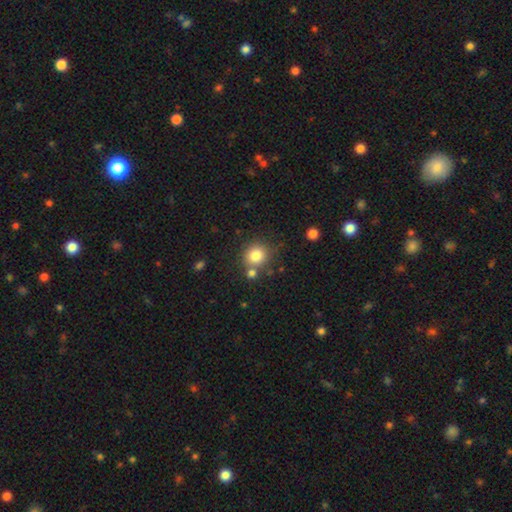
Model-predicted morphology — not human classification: smooth-or-featured: smooth: 81% | star or artifact: 11% | featured or disk: 8%
  how-rounded: round: 87% | in between: 13% | cigar-shaped: 1%
  merging: none: 71% | merger: 16% | minor disturbance: 10% | major disturbance: 3%